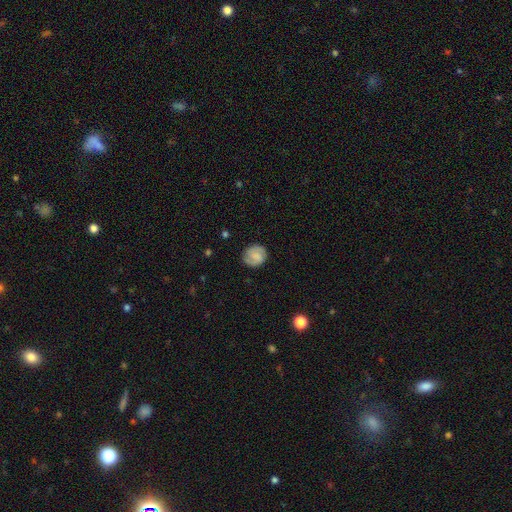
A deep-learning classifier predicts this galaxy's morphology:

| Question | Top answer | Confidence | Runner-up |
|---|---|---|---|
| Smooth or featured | smooth | 46% | tied: featured or disk (46%) |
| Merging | none | 82% | minor disturbance (13%) |